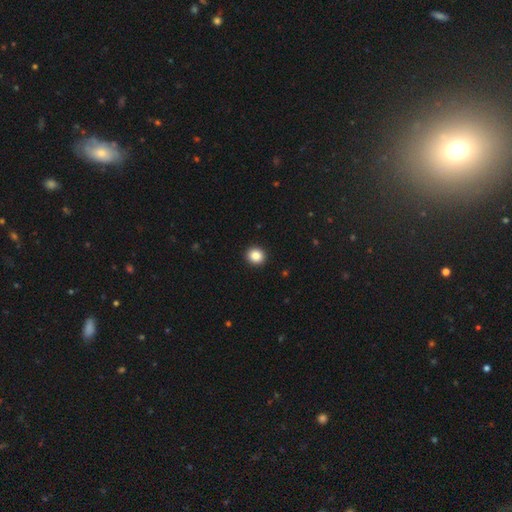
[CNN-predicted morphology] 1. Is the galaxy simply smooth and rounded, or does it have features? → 87% smooth, 9% star or artifact, 4% featured or disk.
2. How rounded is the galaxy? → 86% round, 13% in between, 1% cigar-shaped.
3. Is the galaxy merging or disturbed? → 93% none, 4% minor disturbance, 2% major disturbance, 1% merger.